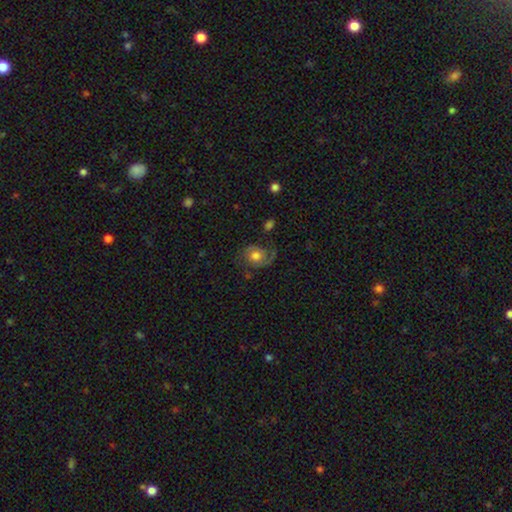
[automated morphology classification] A featured or disk galaxy (64%) with no bar (76%), 2 (72%) medium (45%) spiral arms (90%) and a moderate central bulge (60%). Merging: none (61%).